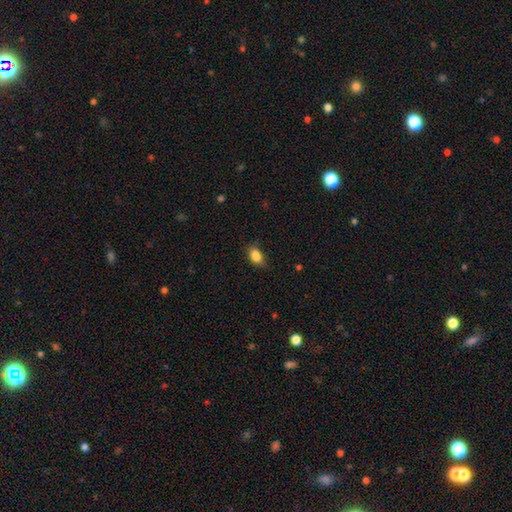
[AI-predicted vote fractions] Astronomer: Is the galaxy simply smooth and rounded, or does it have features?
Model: smooth — 87%.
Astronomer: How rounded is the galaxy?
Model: in between — 85%.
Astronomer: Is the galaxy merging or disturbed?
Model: none — 77%.